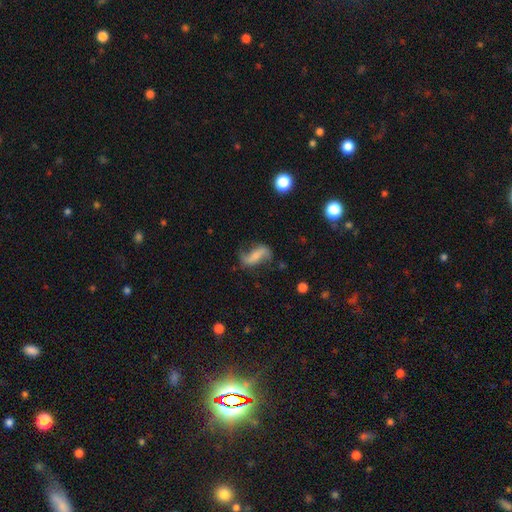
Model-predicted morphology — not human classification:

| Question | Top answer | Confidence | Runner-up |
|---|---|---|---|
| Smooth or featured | featured or disk | 71% | smooth (21%) |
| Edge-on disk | no | 93% | yes (7%) |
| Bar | strong | 37% | no (32%) |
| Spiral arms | yes | 91% | no (9%) |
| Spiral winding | loose | 83% | medium (13%) |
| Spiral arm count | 2 | 89% | 1 (5%) |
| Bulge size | small | 41% | none (34%) |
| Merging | none | 64% | minor disturbance (20%) |